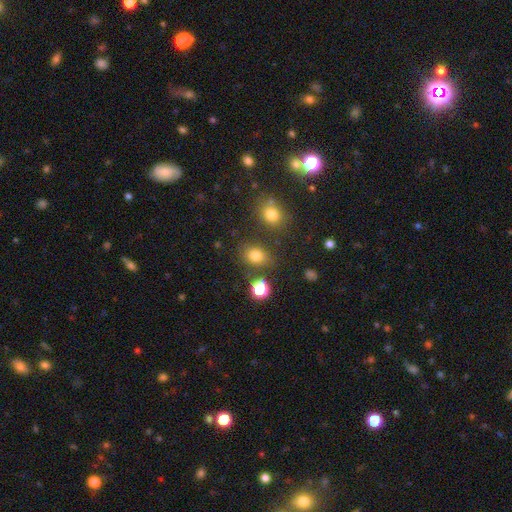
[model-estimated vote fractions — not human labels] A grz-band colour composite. It shows a smooth galaxy with no disk features (76%) that is in between round and cigar-shaped (56%). Merging: none (75%).